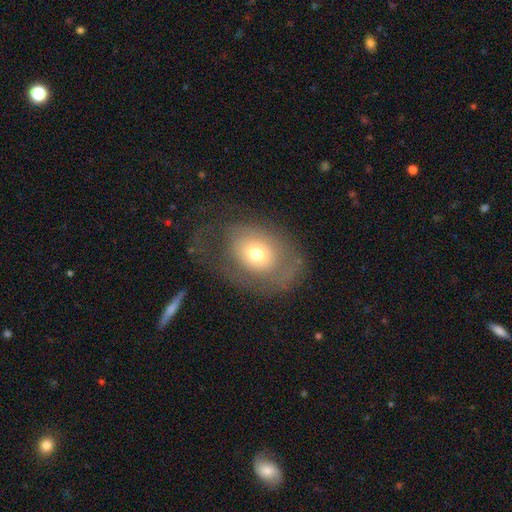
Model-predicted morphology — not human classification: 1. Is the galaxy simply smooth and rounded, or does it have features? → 54% smooth, 36% featured or disk, 9% star or artifact.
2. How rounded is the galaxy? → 67% in between, 32% round, 1% cigar-shaped.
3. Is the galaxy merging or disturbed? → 43% none, 33% major disturbance, 22% minor disturbance, 2% merger.